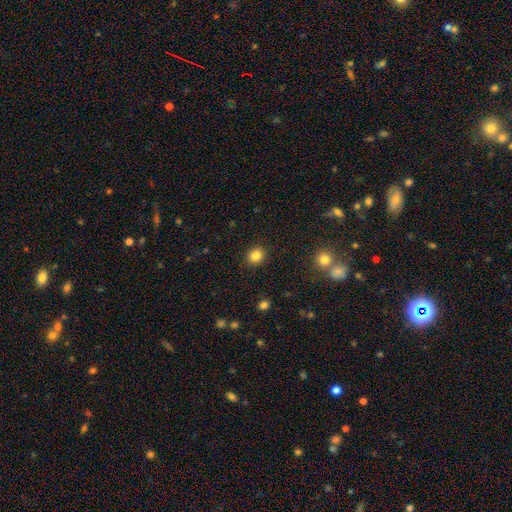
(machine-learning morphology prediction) Overall: smooth (84%). How rounded: round (78%). Merging: none (91%).